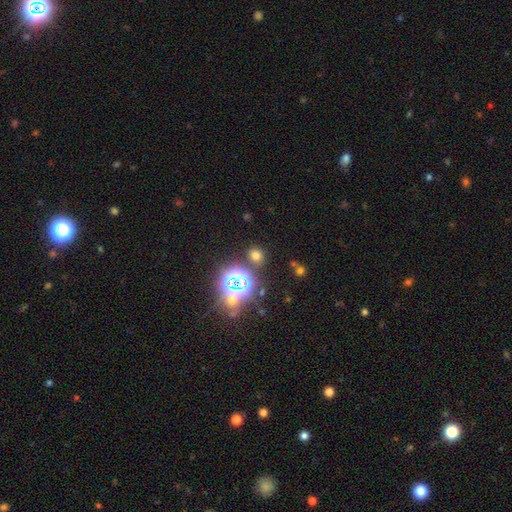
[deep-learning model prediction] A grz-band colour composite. It shows a smooth galaxy with no disk features (62%) that is round (74%). Merging: none (83%).